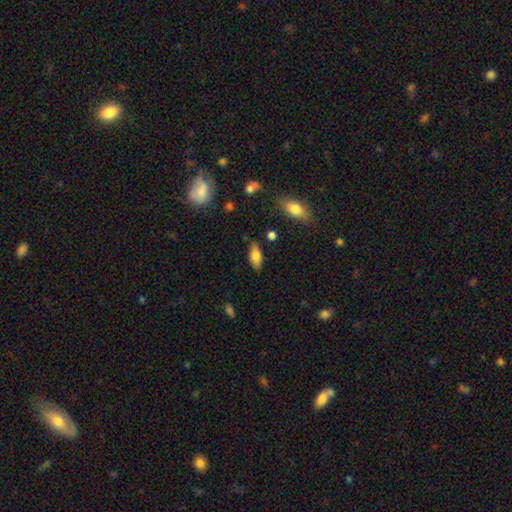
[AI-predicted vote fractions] Morphology: type=smooth (72%); roundness=in between (79%); merging=none (82%).